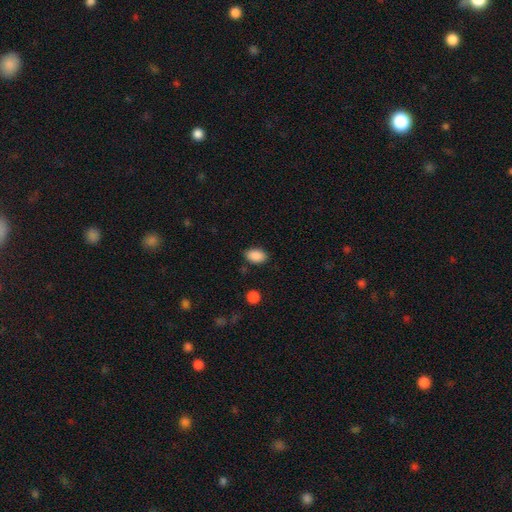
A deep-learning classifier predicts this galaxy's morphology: This is clearly a smooth galaxy (89%). How rounded: clearly in between (88%). Merging: clearly none (84%).